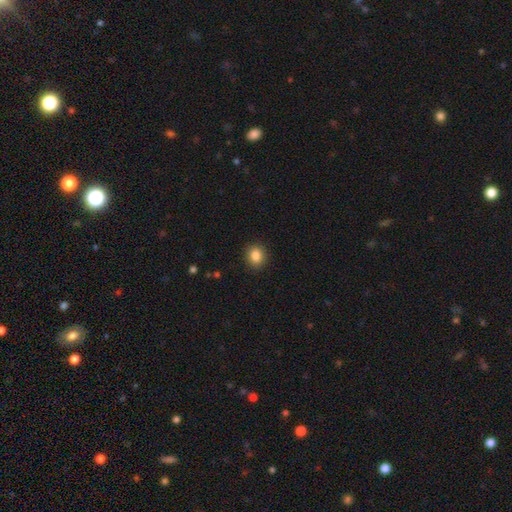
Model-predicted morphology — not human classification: Smooth or featured?
  - smooth: 85% *
  - star or artifact: 10%
  - featured or disk: 5%
How rounded?
  - round: 76% *
  - in between: 23%
  - cigar-shaped: 1%
Merging?
  - none: 90% *
  - minor disturbance: 7%
  - major disturbance: 2%
  - merger: 1%